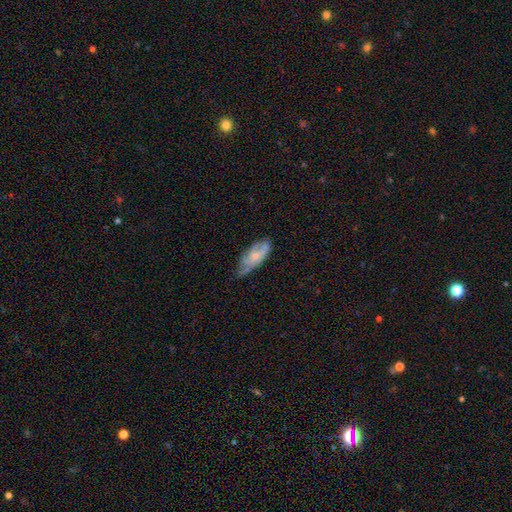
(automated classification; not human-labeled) smooth-or-featured: featured or disk: 51% | smooth: 42% | star or artifact: 7%
  disk-edge-on: no: 87% | yes: 13%
  merging: none: 50% | minor disturbance: 35% | major disturbance: 12% | merger: 3%